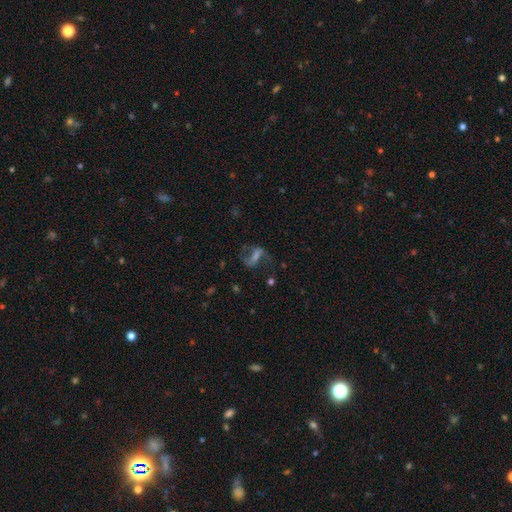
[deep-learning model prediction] This is likely a featured or disk galaxy (69%). It is clearly not viewed edge-on (93%). Bar: marginally strong (44%). Spiral arm pattern: clearly yes (87%). Spiral arm count: clearly 2 (87%). Spiral winding: likely loose (64%). Central bulge: marginally none (35%). Merging: likely none (64%).